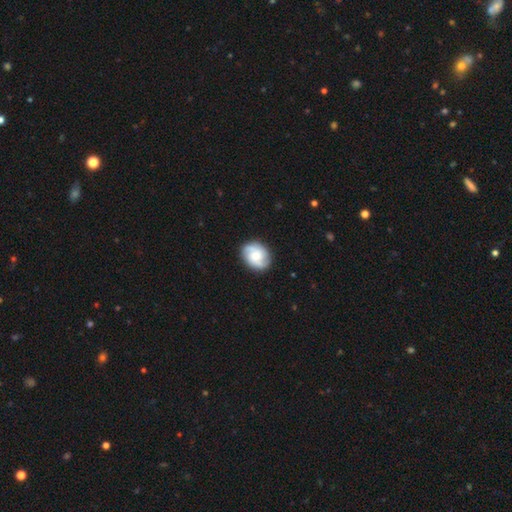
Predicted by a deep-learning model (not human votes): Overall: featured or disk (67%; smooth 27%). Edge-on disk: no (97%). Bar: no (65%; weak 30%). Spiral arms: yes (93%). Spiral arm count: 2 (51%; 3 26%). Spiral winding: medium (43%; tight 37%). Bulge size: moderate (58%; small 30%). Merging: none (85%).